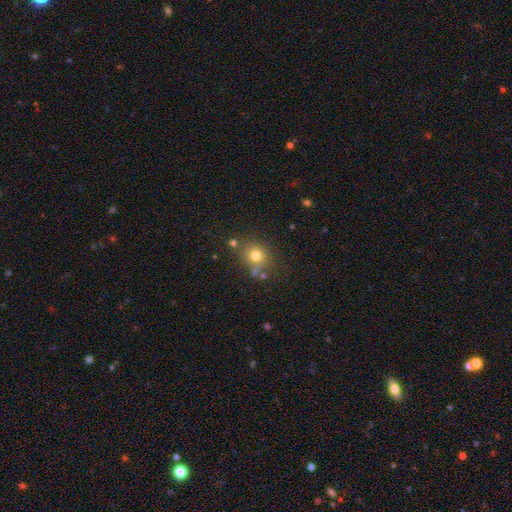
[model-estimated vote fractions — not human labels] A smooth galaxy with no disk features (75%) that is round (84%).

Vote fractions:
- Smooth or featured? smooth: 75% / star or artifact: 16% / featured or disk: 10%
- How rounded? round: 84% / in between: 15% / cigar-shaped: 1%
- Merging? none: 71% / minor disturbance: 14% / merger: 10% / major disturbance: 5%